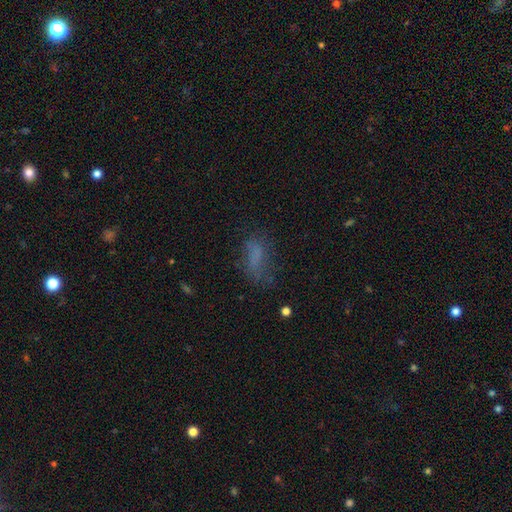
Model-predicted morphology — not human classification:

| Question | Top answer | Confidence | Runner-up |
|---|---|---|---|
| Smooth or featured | smooth | 61% | featured or disk (23%) |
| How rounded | in between | 75% | cigar-shaped (20%) |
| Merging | none | 51% | minor disturbance (25%) |